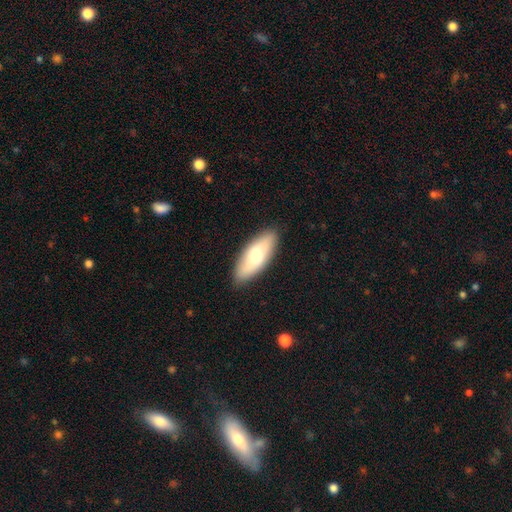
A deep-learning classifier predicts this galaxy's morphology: Smooth or featured? Predicted: smooth (p=0.67). How rounded? Predicted: in between (p=0.75). Merging? Predicted: none (p=0.88).